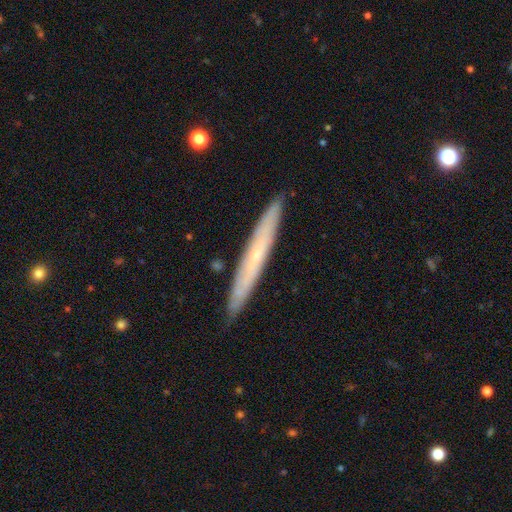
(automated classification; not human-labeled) This is possibly a featured or disk galaxy (55%). It is clearly viewed edge-on (89%). Merging: clearly none (90%).